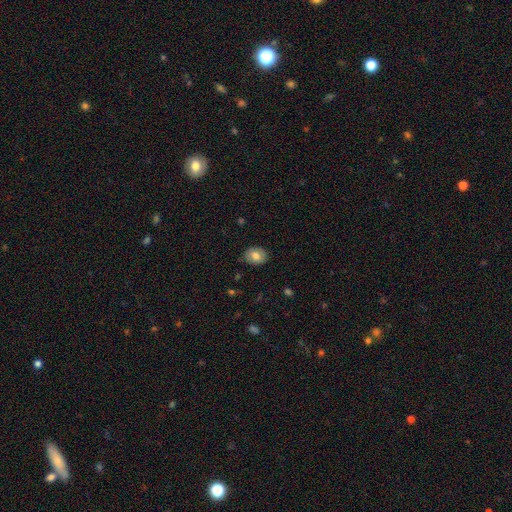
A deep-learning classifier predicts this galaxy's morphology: A smooth galaxy with no disk features (76%) that is in between round and cigar-shaped (56%). Merging: none (83%).